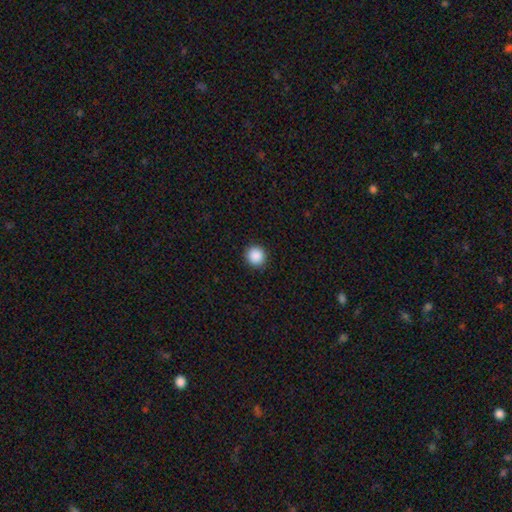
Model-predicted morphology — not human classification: A smooth galaxy with no disk features (89%) that is round (94%). Merging: none (92%).